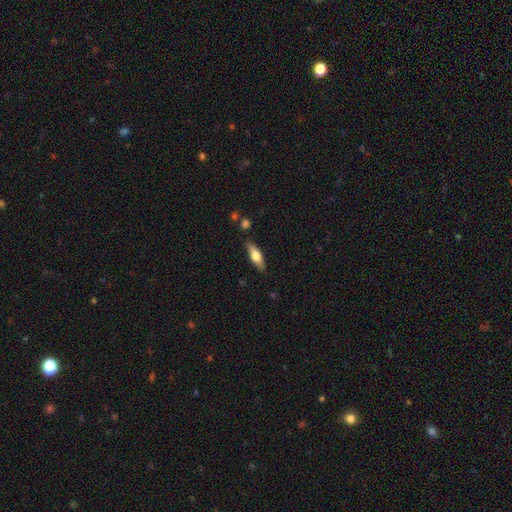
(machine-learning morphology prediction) A smooth galaxy with no disk features (53%) that is cigar-shaped (49%).

Vote fractions:
- Smooth or featured? smooth: 53% / featured or disk: 41% / star or artifact: 6%
- How rounded? cigar-shaped: 49% / in between: 48% / round: 3%
- Merging? none: 84% / minor disturbance: 12% / major disturbance: 2% / merger: 2%